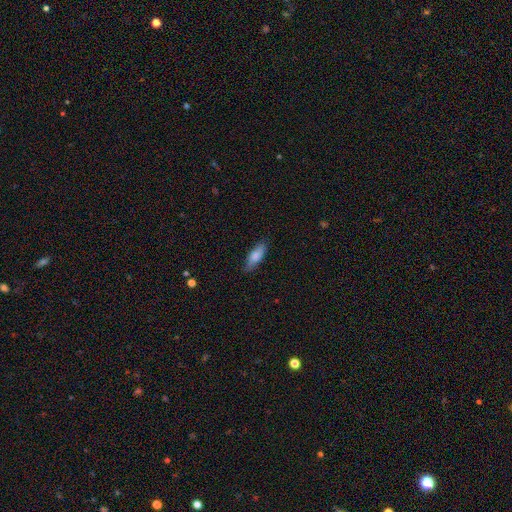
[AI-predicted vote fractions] Smooth or featured? Predicted: smooth (p=0.79). How rounded? Predicted: in between (p=0.62). Merging? Predicted: none (p=0.80).